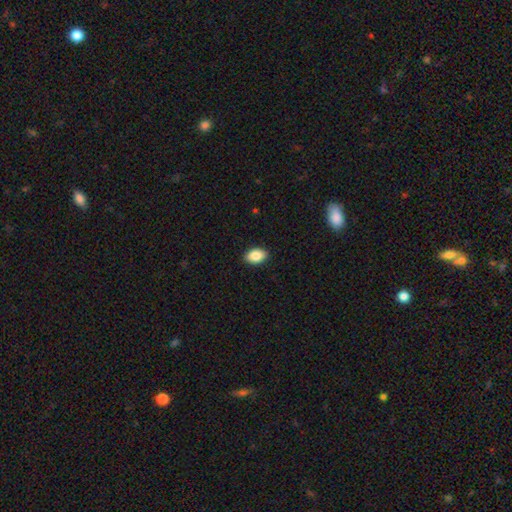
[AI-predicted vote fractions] Smooth or featured? Predicted: smooth (p=0.87). How rounded? Predicted: in between (p=0.87). Merging? Predicted: none (p=0.89).